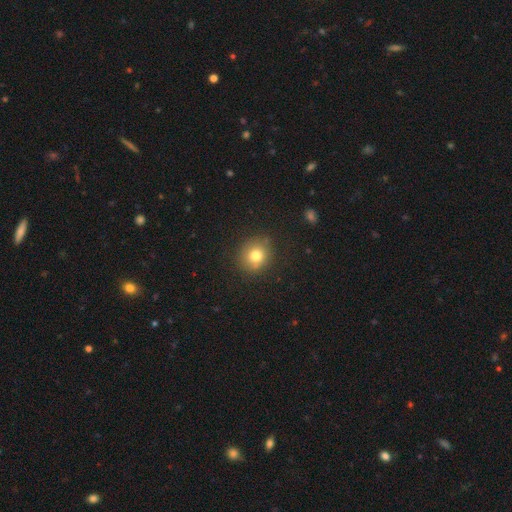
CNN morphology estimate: Smooth or featured?
  - smooth: 77% *
  - star or artifact: 13%
  - featured or disk: 10%
How rounded?
  - round: 82% *
  - in between: 17%
  - cigar-shaped: 1%
Merging?
  - none: 87% *
  - minor disturbance: 9%
  - major disturbance: 3%
  - merger: 1%